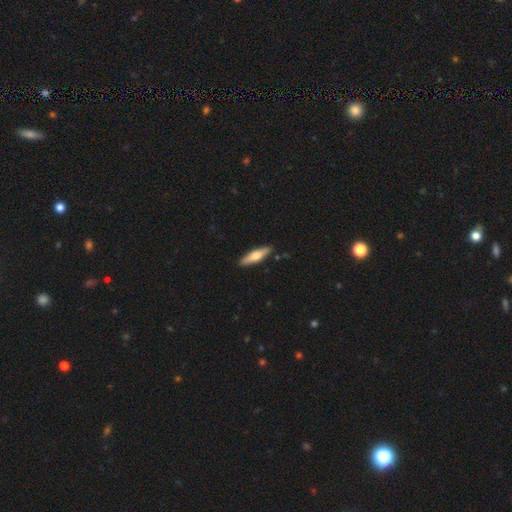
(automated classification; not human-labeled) Smooth or featured?
  - smooth: 57% *
  - featured or disk: 38%
  - star or artifact: 5%
How rounded?
  - cigar-shaped: 66% *
  - in between: 32%
  - round: 2%
Merging?
  - none: 89% *
  - minor disturbance: 8%
  - major disturbance: 2%
  - merger: 1%